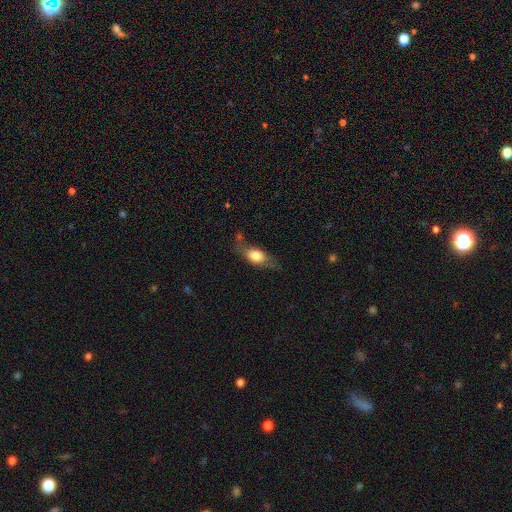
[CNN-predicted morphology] This appears to be a smooth galaxy with no disk features (66%) that is in between round and cigar-shaped (76%). Merging: none (54%).